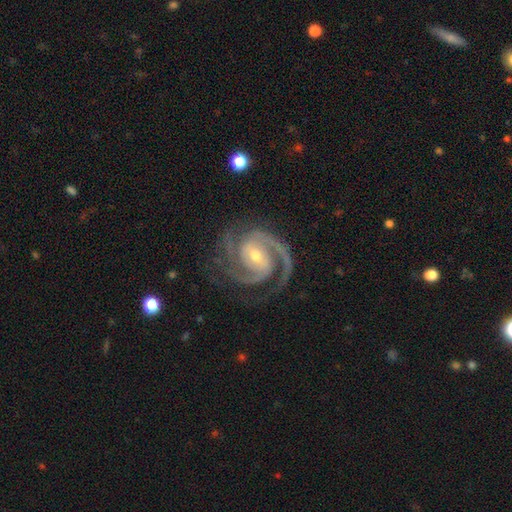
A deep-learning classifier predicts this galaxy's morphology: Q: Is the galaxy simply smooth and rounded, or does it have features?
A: featured or disk — 94%.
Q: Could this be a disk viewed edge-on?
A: no — 98%.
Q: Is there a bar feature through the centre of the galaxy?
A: weak — 39%, tied with no.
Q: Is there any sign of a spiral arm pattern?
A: yes — 99%.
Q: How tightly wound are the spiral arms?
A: tight — 54%.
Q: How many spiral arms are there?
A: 2 — 53%.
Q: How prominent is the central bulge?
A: moderate — 50%.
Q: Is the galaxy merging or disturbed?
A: none — 77%.